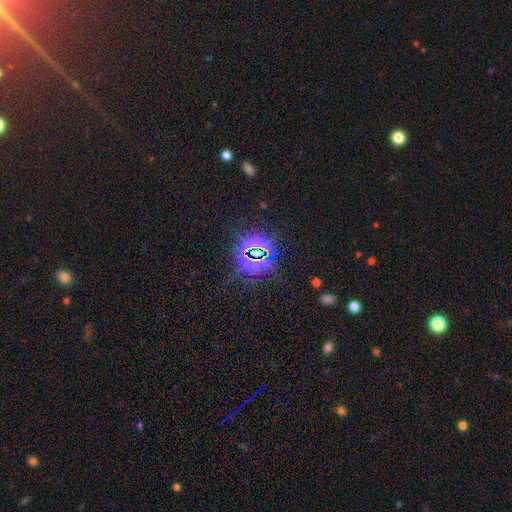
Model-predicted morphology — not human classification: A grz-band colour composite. It shows a star or artifact, not a galaxy (83%).